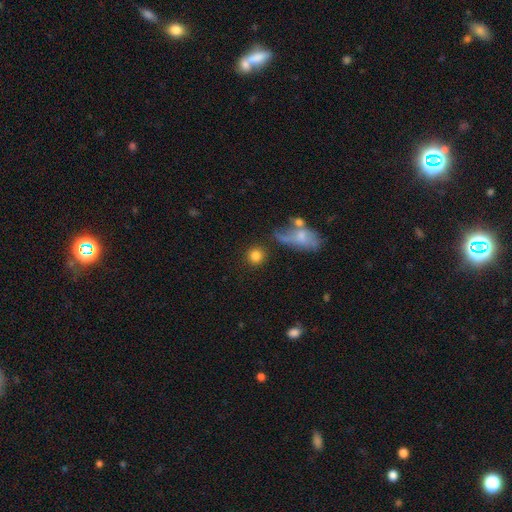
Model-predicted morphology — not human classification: Smooth or featured? Predicted: smooth (p=0.81). How rounded? Predicted: round (p=0.90). Merging? Predicted: none (p=0.78).